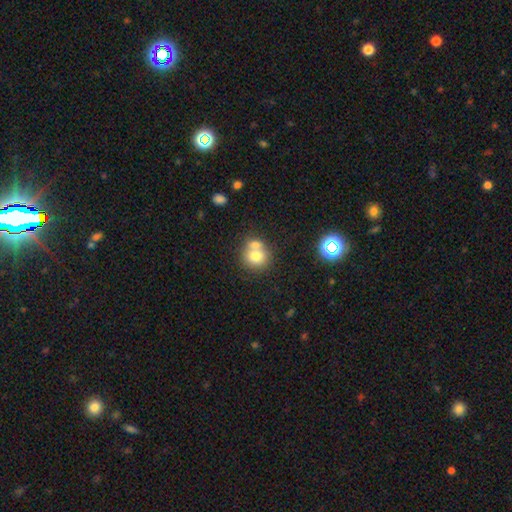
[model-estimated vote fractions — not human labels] The model was most divided on "merging": merger: 46%, none: 42%, minor disturbance: 9%, major disturbance: 3%. More confident: how rounded — round (80%); smooth or featured — smooth (74%).